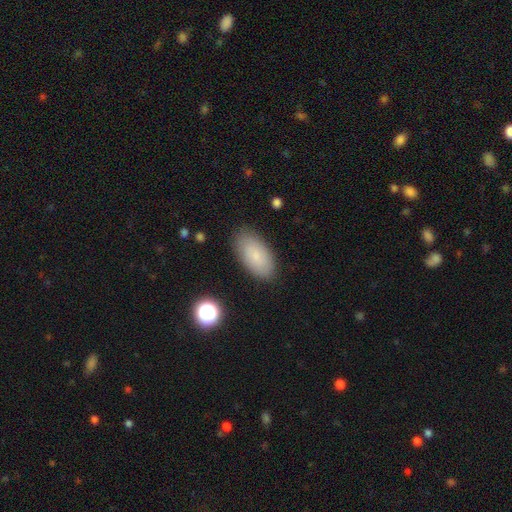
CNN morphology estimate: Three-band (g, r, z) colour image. It shows a smooth galaxy with no disk features (79%) that is in between round and cigar-shaped (93%). Merging: none (85%).